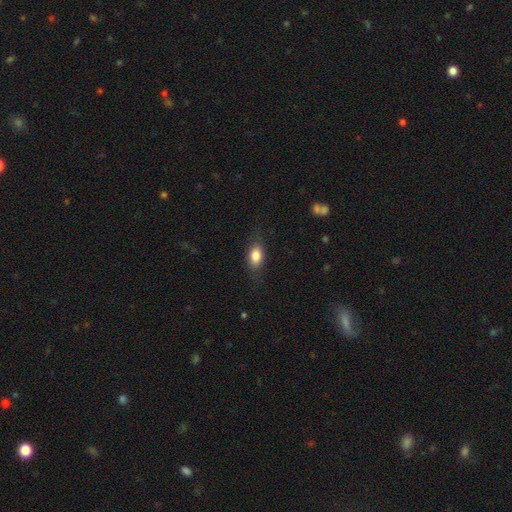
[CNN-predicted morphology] type=smooth (82%); roundness=in between (83%); merging=none (77%).